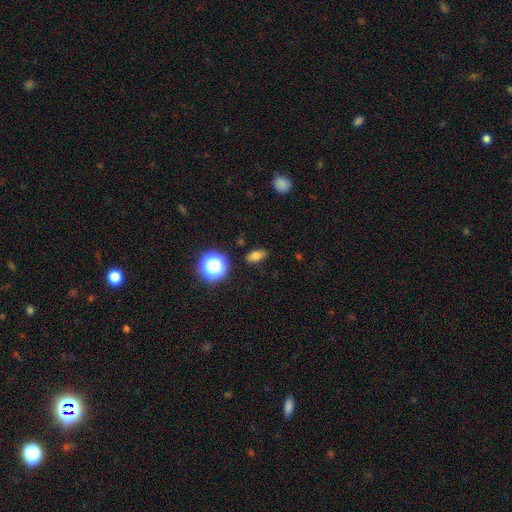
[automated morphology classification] The model was most divided on "smooth or featured": smooth: 75%, star or artifact: 16%, featured or disk: 9%. More confident: merging — none (86%); how rounded — in between (81%).